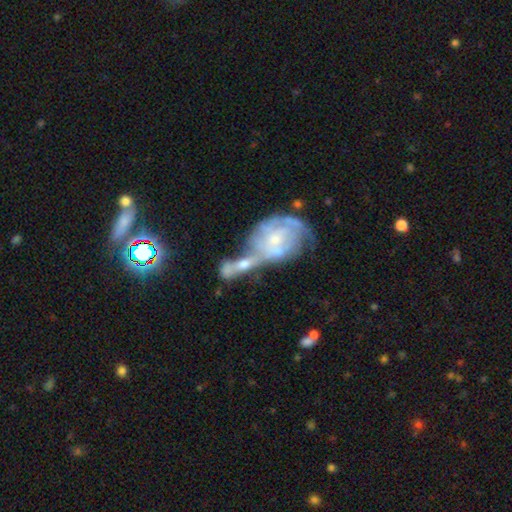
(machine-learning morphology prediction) smooth-or-featured: featured or disk: 65% | star or artifact: 19% | smooth: 17%
  disk-edge-on: no: 94% | yes: 6%
    bar: no: 60% | weak: 30% | strong: 10%
    has-spiral-arms: yes: 84% | no: 16%
      spiral-winding: tight: 57% | medium: 31% | loose: 12%
      spiral-arm-count: can't tell: 38% | 2: 30% | 3: 13% | 1: 7% | 4: 6% | more than 4: 5%
    bulge-size: small: 63% | moderate: 29% | none: 4% | large: 2% | dominant: 2%
  merging: none: 36% (tied) | merger: 36% (tied) | minor disturbance: 16% | major disturbance: 12%